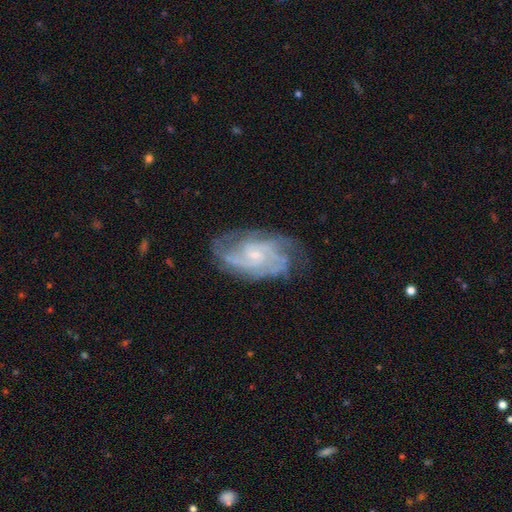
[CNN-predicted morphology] Smooth or featured?
  - featured or disk: 85% *
  - smooth: 9%
  - star or artifact: 6%
Edge-on disk?
  - no: 96% *
  - yes: 4%
Bar?
  - no: 64% *
  - weak: 31%
  - strong: 5%
Spiral arms?
  - yes: 95% *
  - no: 5%
Spiral winding?
  - tight: 47% *
  - medium: 42%
  - loose: 11%
Spiral arm count?
  - can't tell: 29% *
  - 2: 27%
  - 3: 22%
  - 4: 12%
  - more than 4: 6%
  - 1: 5%
Bulge size?
  - small: 74% *
  - moderate: 19%
  - none: 5%
  - large: 1%
  - dominant: 1%
Merging?
  - none: 68% *
  - minor disturbance: 21%
  - major disturbance: 9%
  - merger: 2%